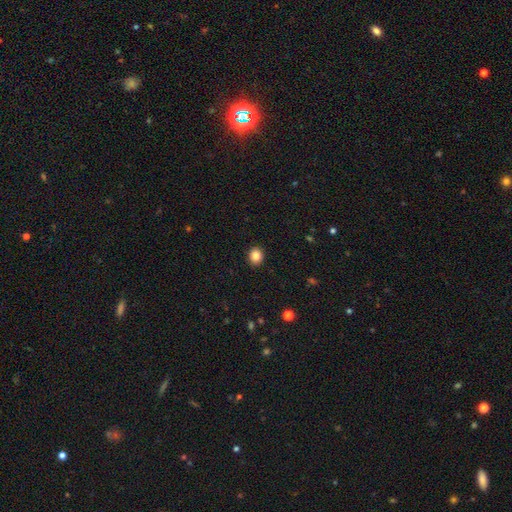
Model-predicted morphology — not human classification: A smooth galaxy with no disk features (85%) that is round (68%). Merging: none (91%).